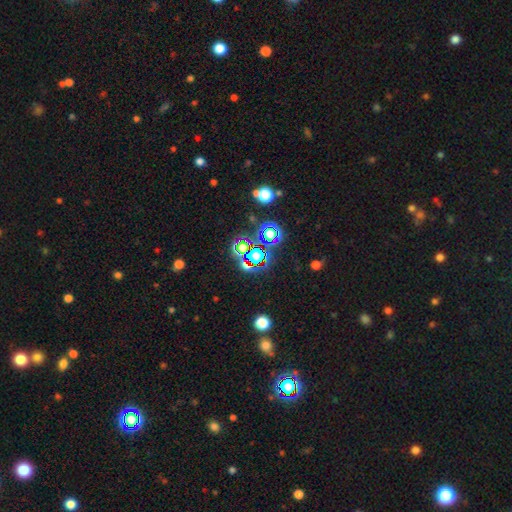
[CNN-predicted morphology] This appears to be a star or artifact, not a galaxy (65%).